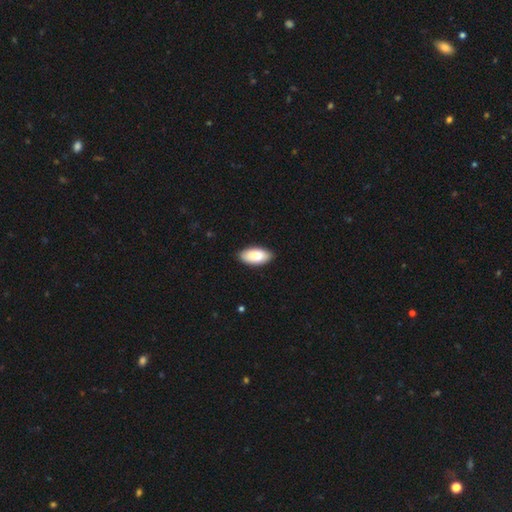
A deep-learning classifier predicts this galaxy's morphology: type=smooth (88%); roundness=in between (93%); merging=none (88%).